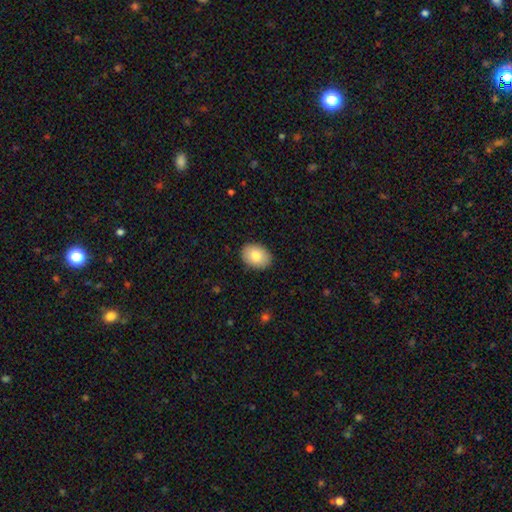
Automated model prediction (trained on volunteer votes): Smooth or featured? smooth (83%)
How rounded? in between (73%)
Merging? none (89%)